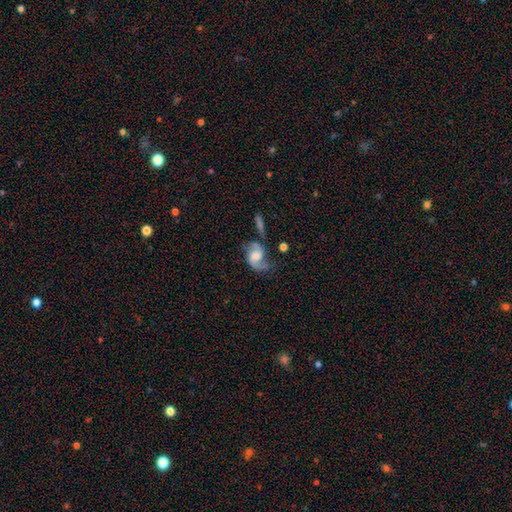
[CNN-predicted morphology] Smooth or featured?
  - featured or disk: 76% *
  - smooth: 17%
  - star or artifact: 7%
Edge-on disk?
  - no: 97% *
  - yes: 3%
Bar?
  - no: 53% *
  - weak: 39%
  - strong: 9%
Spiral arms?
  - yes: 93% *
  - no: 7%
Spiral winding?
  - loose: 50% *
  - medium: 40%
  - tight: 10%
Spiral arm count?
  - 2: 84% *
  - 1: 8%
  - can't tell: 4%
  - 3: 1%
  - 4: 1%
  - more than 4: 1%
Bulge size?
  - moderate: 37% *
  - large: 24%
  - small: 19%
  - none: 17%
  - dominant: 3%
Merging?
  - none: 48% *
  - minor disturbance: 22%
  - major disturbance: 19%
  - merger: 11%